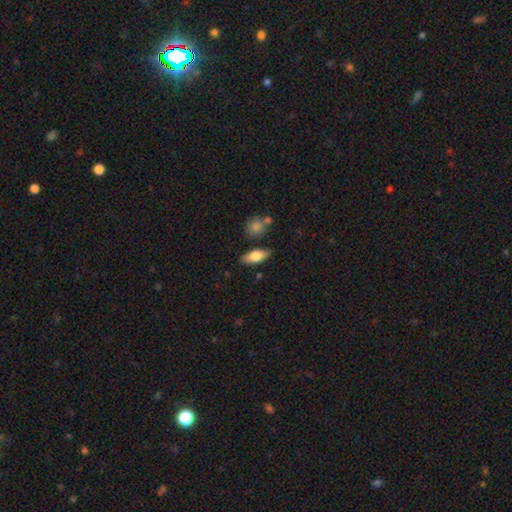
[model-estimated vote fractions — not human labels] Overall: smooth (67%). How rounded: in between (77%). Merging: none (80%).